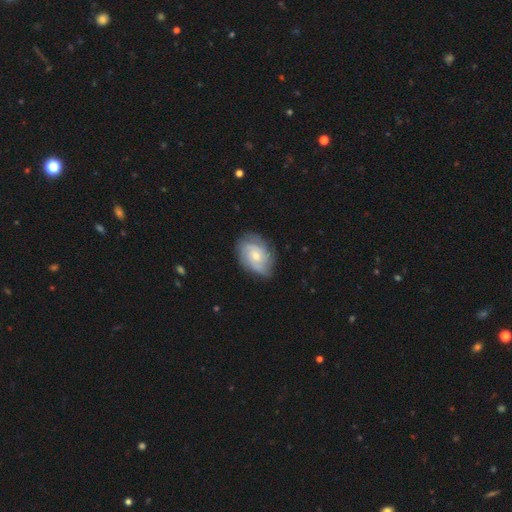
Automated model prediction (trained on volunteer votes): This is likely a featured or disk galaxy (75%). It is clearly not viewed edge-on (97%). Bar: likely no (70%). Spiral arm pattern: clearly yes (93%). Spiral arm count: marginally can't tell (31%). Spiral winding: possibly tight (57%). Central bulge: possibly small (53%). Merging: likely none (73%).